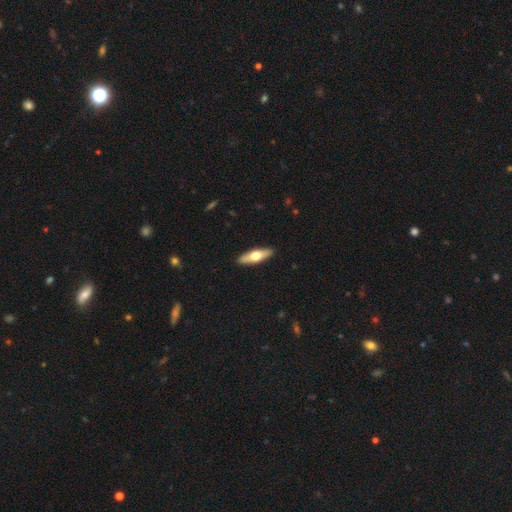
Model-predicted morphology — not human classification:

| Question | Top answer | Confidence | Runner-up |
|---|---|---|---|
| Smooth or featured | smooth | 53% | featured or disk (42%) |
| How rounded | cigar-shaped | 55% | in between (42%) |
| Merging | none | 91% | minor disturbance (7%) |